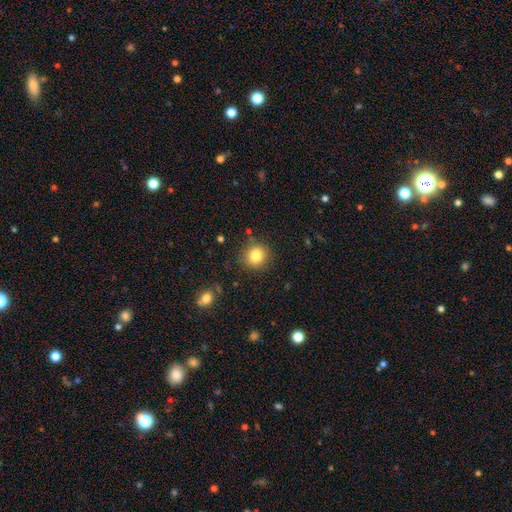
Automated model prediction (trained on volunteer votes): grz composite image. It shows a smooth galaxy with no disk features (82%) that is round (87%). Merging: none (86%).